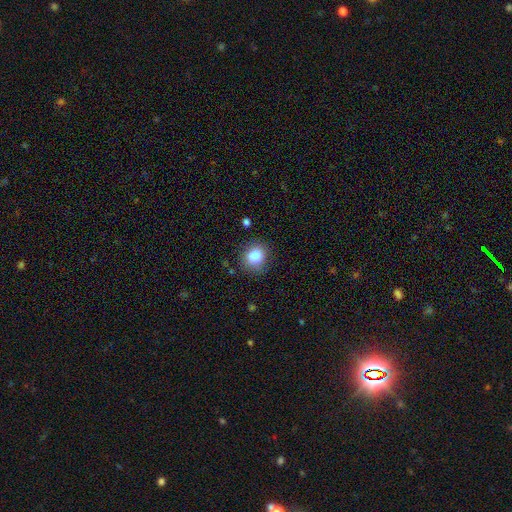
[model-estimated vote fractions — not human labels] Smooth or featured? smooth (84%)
How rounded? round (75%)
Merging? none (81%)